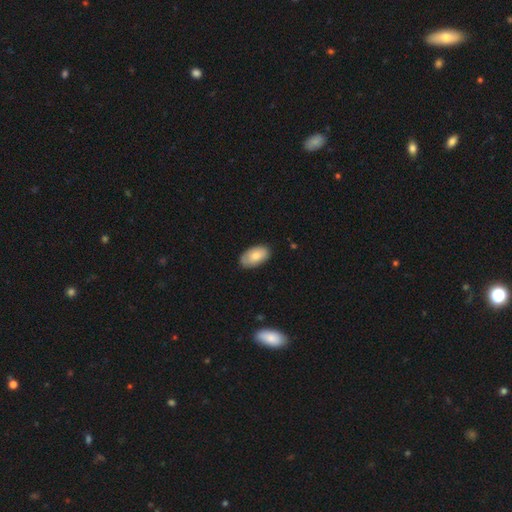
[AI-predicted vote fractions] Smooth or featured?
  - smooth: 79% *
  - featured or disk: 15%
  - star or artifact: 6%
How rounded?
  - in between: 95% *
  - round: 4%
  - cigar-shaped: 2%
Merging?
  - none: 82% *
  - minor disturbance: 15%
  - major disturbance: 2%
  - merger: 1%